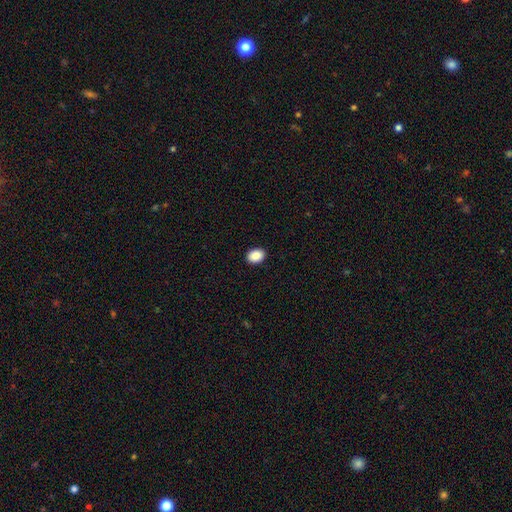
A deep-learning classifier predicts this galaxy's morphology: Smooth or featured? Predicted: smooth (p=0.90). How rounded? Predicted: in between (p=0.71). Merging? Predicted: none (p=0.92).